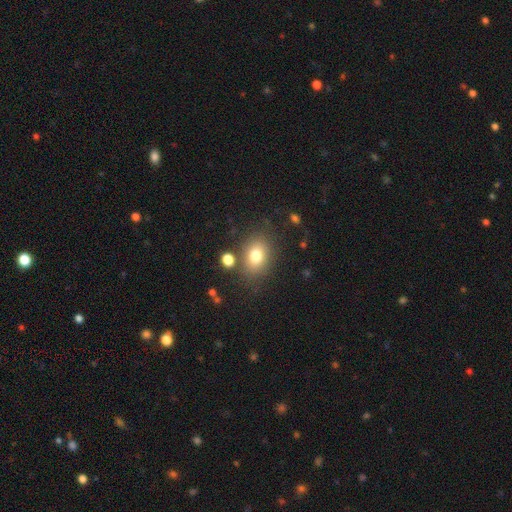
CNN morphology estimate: smooth_or_featured: smooth (p=0.77) [alt: star or artifact p=0.12]
how_rounded: in between (p=0.65) [alt: round p=0.34]
merging: none (p=0.77) [alt: minor disturbance p=0.12]